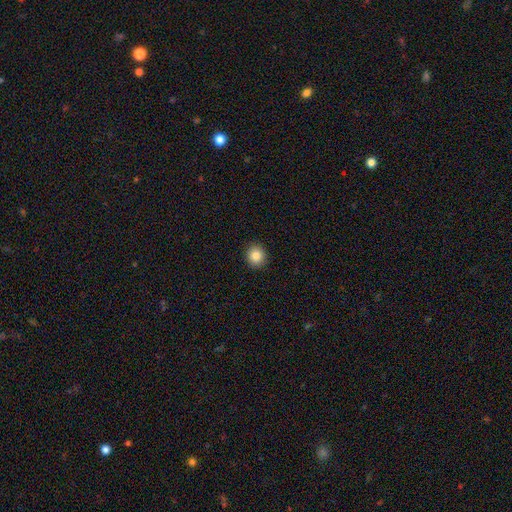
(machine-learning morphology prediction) Smooth or featured? Predicted: smooth (p=0.84). How rounded? Predicted: round (p=0.89). Merging? Predicted: none (p=0.92).